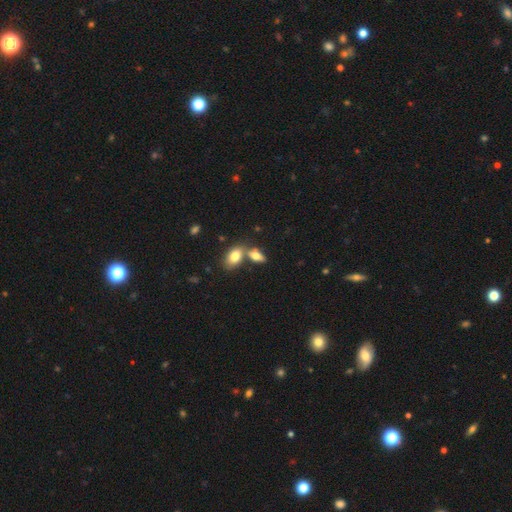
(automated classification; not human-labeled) Overall: smooth (77%). How rounded: in between (88%). Merging: merger (45%; none 42%).